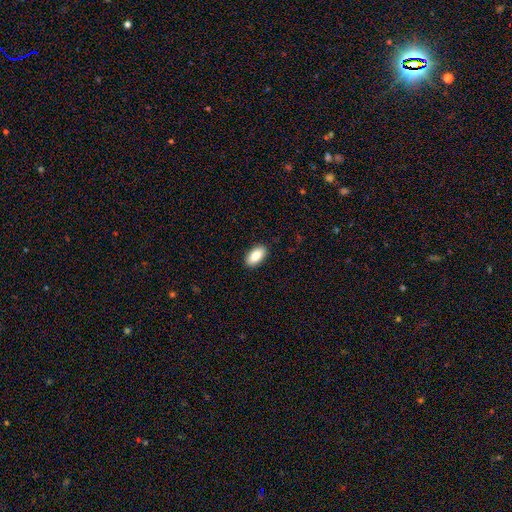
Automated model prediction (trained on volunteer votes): Morphology: type=smooth (86%); roundness=in between (94%); merging=none (90%).